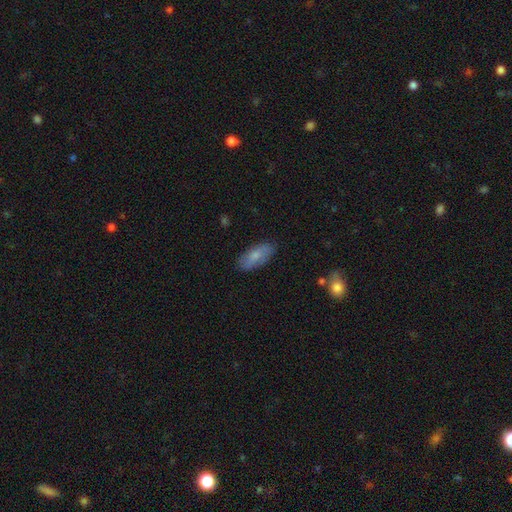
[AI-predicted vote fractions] This appears to be a smooth galaxy with no disk features (73%) that is in between round and cigar-shaped (82%). Merging: none (80%).